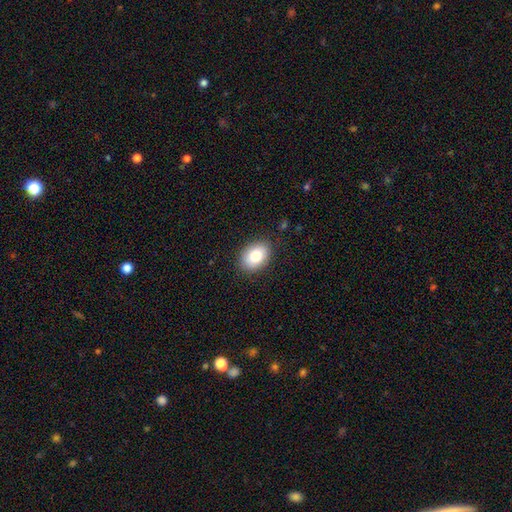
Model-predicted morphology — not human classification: This appears to be a smooth galaxy with no disk features (82%) that is in between round and cigar-shaped (80%). Merging: none (86%).